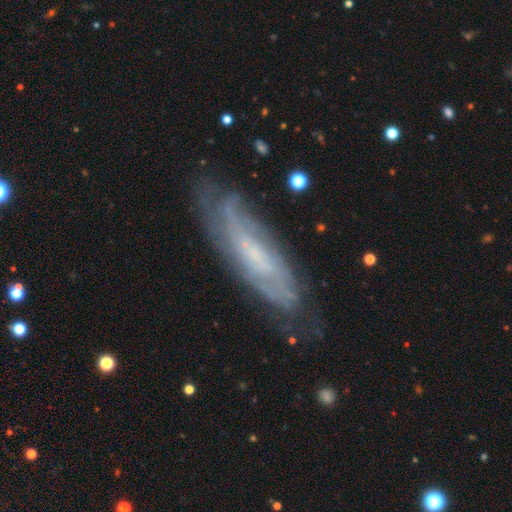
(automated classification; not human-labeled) Overall: featured or disk (76%). Edge-on disk: no (78%). Bar: no (53%; weak 36%). Spiral arms: yes (91%). Spiral arm count: can't tell (54%; 2 21%). Spiral winding: tight (62%; medium 29%). Bulge size: small (63%). Merging: none (74%).